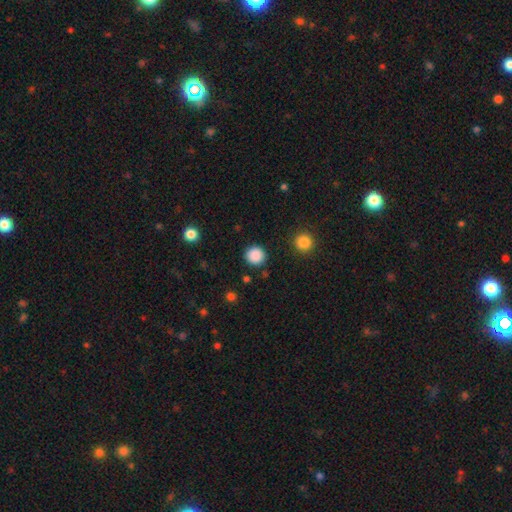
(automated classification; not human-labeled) The model was most divided on "smooth or featured": smooth: 88%, star or artifact: 9%, featured or disk: 3%. More confident: how rounded — round (94%); merging — none (90%).